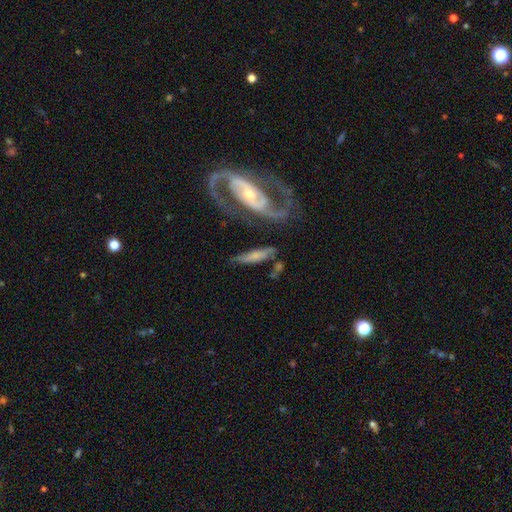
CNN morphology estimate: A featured or disk galaxy (58%).

Vote fractions:
- Smooth or featured? featured or disk: 58% / smooth: 35% / star or artifact: 7%
- Edge-on disk? no: 61% / yes: 39%
- Merging? none: 57% / minor disturbance: 20% / major disturbance: 12% / merger: 11%